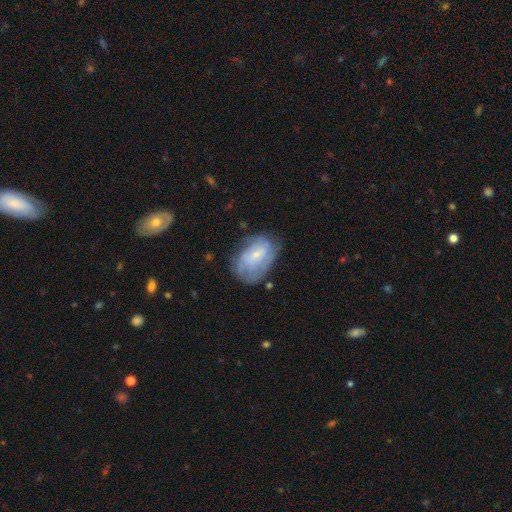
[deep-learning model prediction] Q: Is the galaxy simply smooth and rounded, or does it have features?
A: featured or disk — 52%.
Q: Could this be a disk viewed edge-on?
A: no — 96%.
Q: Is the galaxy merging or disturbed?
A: none — 56%.